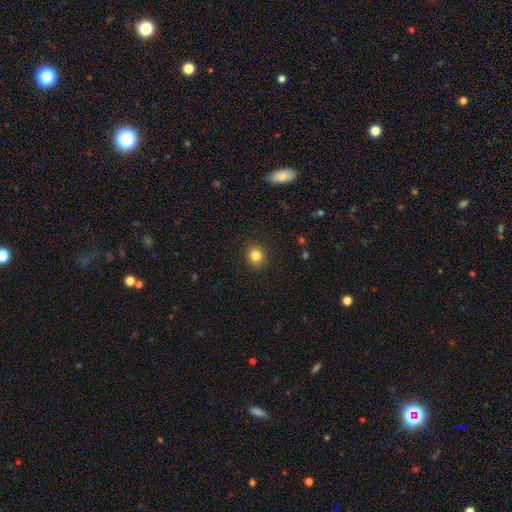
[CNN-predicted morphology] A smooth galaxy with no disk features (82%) that is round (85%).

Vote fractions:
- Smooth or featured? smooth: 82% / star or artifact: 12% / featured or disk: 6%
- How rounded? round: 85% / in between: 14% / cigar-shaped: 1%
- Merging? none: 91% / minor disturbance: 6% / major disturbance: 2% / merger: 1%